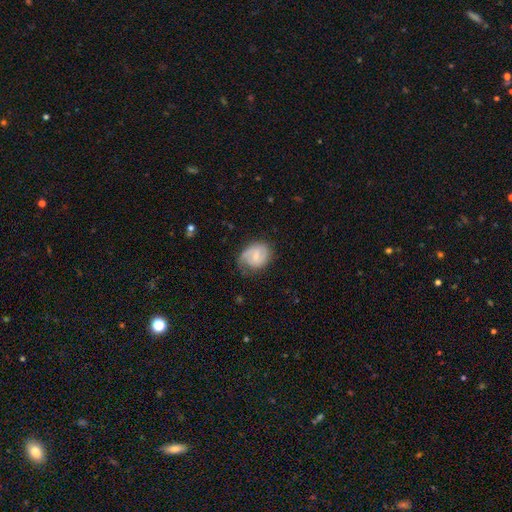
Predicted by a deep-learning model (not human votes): Morphology: type=featured or disk (54%); edge-on=no (98%); bar=weak (55%); spiral arms=yes (85%); bulge=small (49%); merging=none (56%).